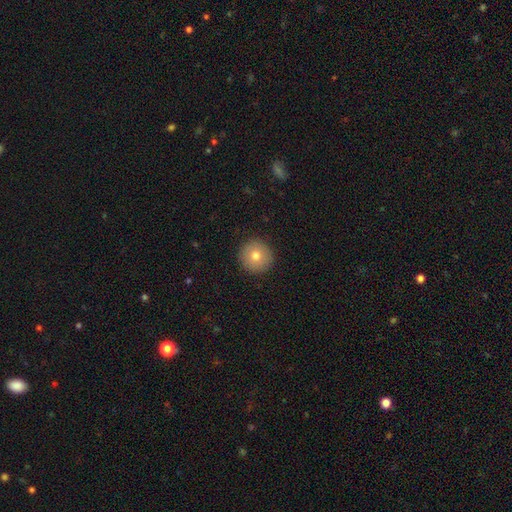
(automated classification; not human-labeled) Smooth or featured: smooth — 76% (featured or disk — 14%)
How rounded: round — 96% (in between — 3%)
Merging: none — 92% (minor disturbance — 5%)